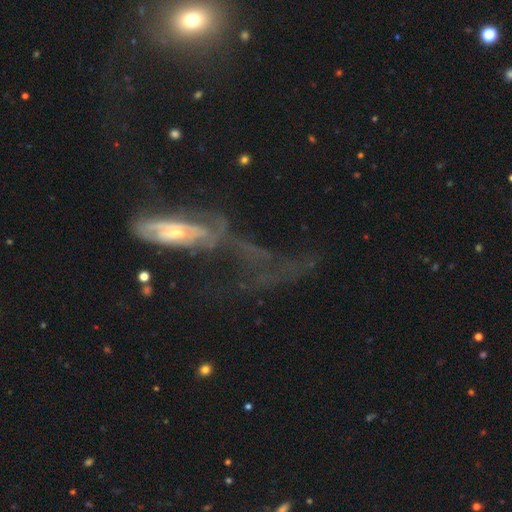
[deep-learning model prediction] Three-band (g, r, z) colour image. It shows a featured or disk galaxy (54%). Merging: major disturbance (55%).